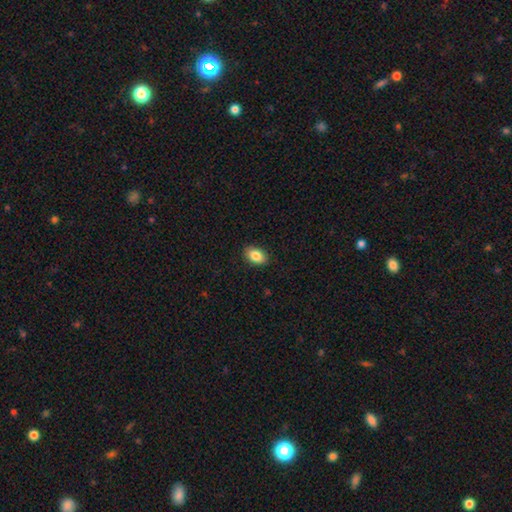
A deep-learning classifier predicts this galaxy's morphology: Smooth or featured: smooth — 85% (star or artifact — 8%)
How rounded: in between — 88% (round — 11%)
Merging: none — 89% (minor disturbance — 8%)